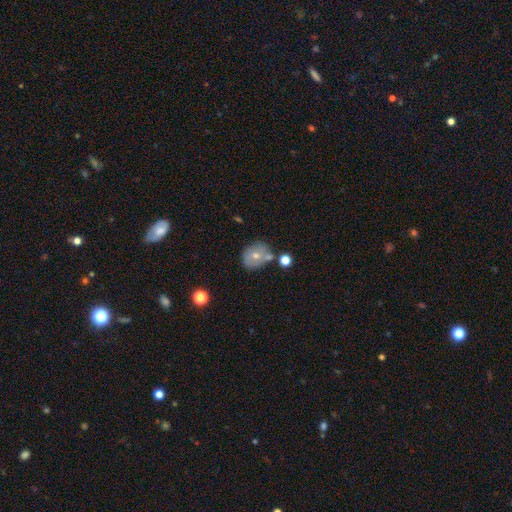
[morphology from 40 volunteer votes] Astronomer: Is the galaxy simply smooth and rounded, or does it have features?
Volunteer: smooth — 70%.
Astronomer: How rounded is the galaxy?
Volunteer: round — 64%.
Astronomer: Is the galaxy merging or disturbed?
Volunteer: none — 35% (runner-up: merger, 30%).